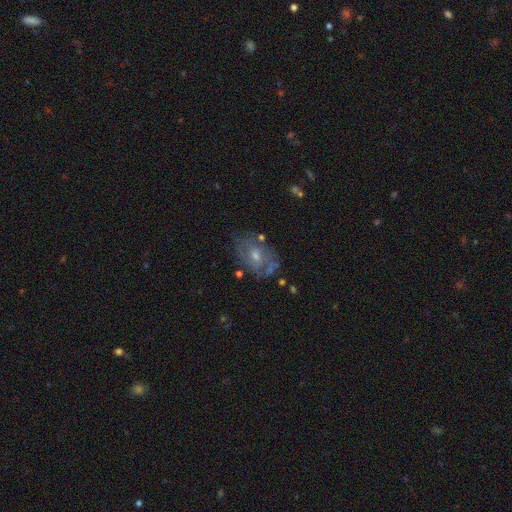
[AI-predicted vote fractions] Smooth or featured?
  - featured or disk: 62% *
  - smooth: 26%
  - star or artifact: 12%
Edge-on disk?
  - no: 95% *
  - yes: 5%
Bar?
  - no: 72% *
  - weak: 23%
  - strong: 4%
Spiral arms?
  - yes: 55% *
  - no: 45%
Bulge size?
  - moderate: 51% *
  - small: 43%
  - none: 3%
  - large: 3%
  - dominant: 1%
Merging?
  - none: 66% *
  - minor disturbance: 20%
  - major disturbance: 10%
  - merger: 4%